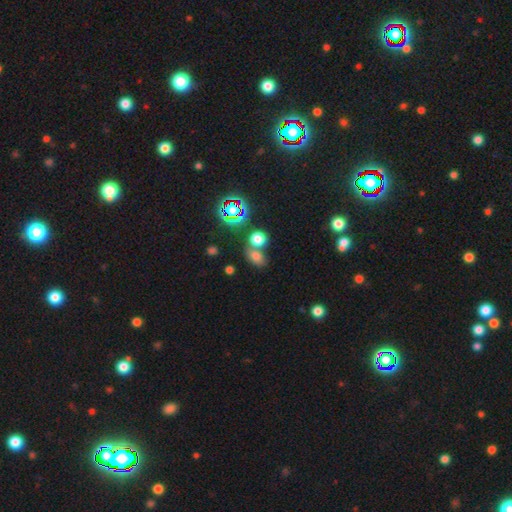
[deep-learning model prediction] The model was most divided on "merging": none: 51%, merger: 35%, minor disturbance: 10%, major disturbance: 4%. More confident: smooth or featured — smooth (66%); how rounded — in between (62%).